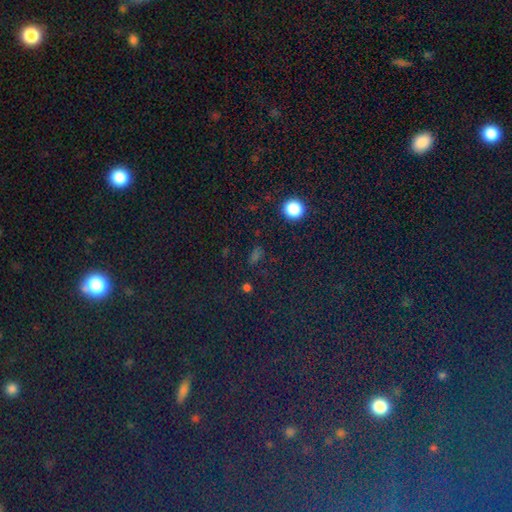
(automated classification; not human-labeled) Smooth or featured? Predicted: smooth (p=0.51). How rounded? Predicted: round (p=0.48). Merging? Predicted: none (p=0.83).